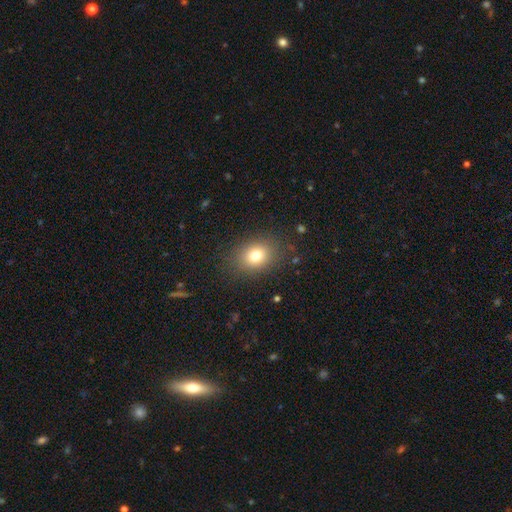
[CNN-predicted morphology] smooth-or-featured: smooth: 77% | star or artifact: 13% | featured or disk: 10%
  how-rounded: in between: 55% | round: 45% | cigar-shaped: 1%
  merging: none: 85% | minor disturbance: 10% | major disturbance: 4% | merger: 1%